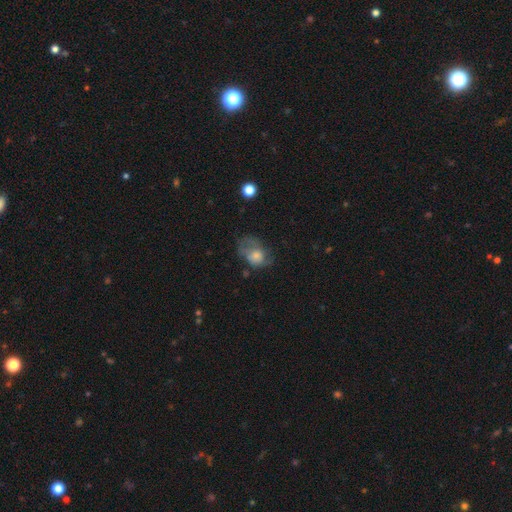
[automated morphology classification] This appears to be a smooth galaxy with no disk features (63%) that is in between round and cigar-shaped (63%). Merging: major disturbance (39%).